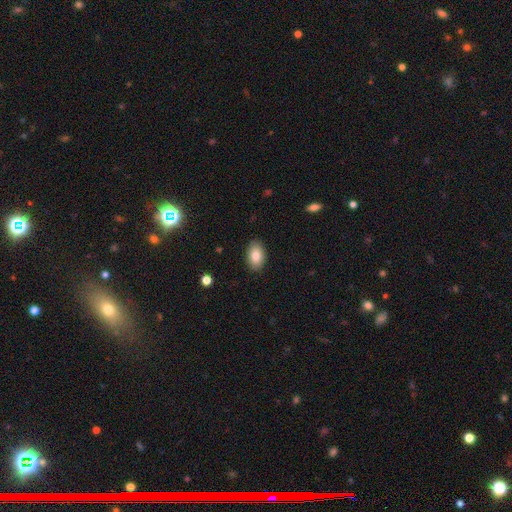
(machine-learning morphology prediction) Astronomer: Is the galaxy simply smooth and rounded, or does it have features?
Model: smooth — 82%.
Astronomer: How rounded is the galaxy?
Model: in between — 90%.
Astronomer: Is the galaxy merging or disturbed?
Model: none — 87%.